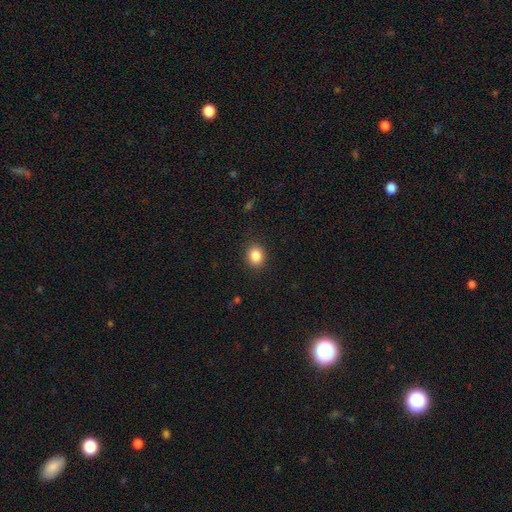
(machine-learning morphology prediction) Smooth or featured?
  - smooth: 86% *
  - star or artifact: 10%
  - featured or disk: 4%
How rounded?
  - round: 62% *
  - in between: 37%
  - cigar-shaped: 1%
Merging?
  - none: 89% *
  - minor disturbance: 7%
  - major disturbance: 2%
  - merger: 1%